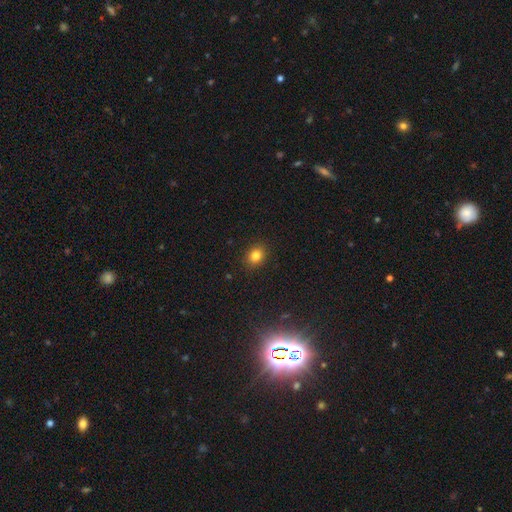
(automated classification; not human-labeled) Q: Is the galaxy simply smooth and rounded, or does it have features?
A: smooth — 82%.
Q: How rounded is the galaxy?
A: in between — 51%.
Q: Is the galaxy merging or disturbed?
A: none — 89%.